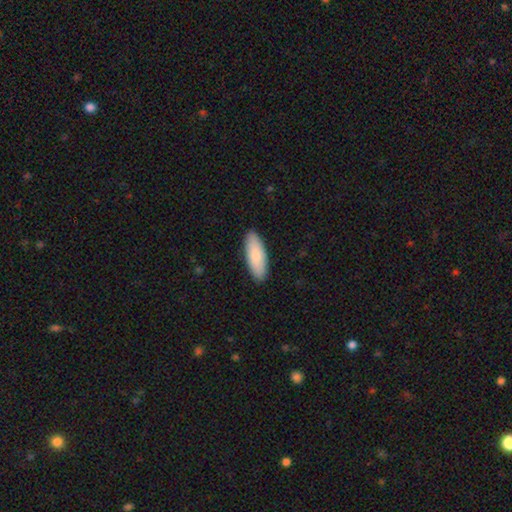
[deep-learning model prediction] Smooth or featured?
  - smooth: 85% *
  - featured or disk: 10%
  - star or artifact: 5%
How rounded?
  - in between: 67% *
  - cigar-shaped: 32%
  - round: 2%
Merging?
  - none: 90% *
  - minor disturbance: 8%
  - major disturbance: 2%
  - merger: 1%